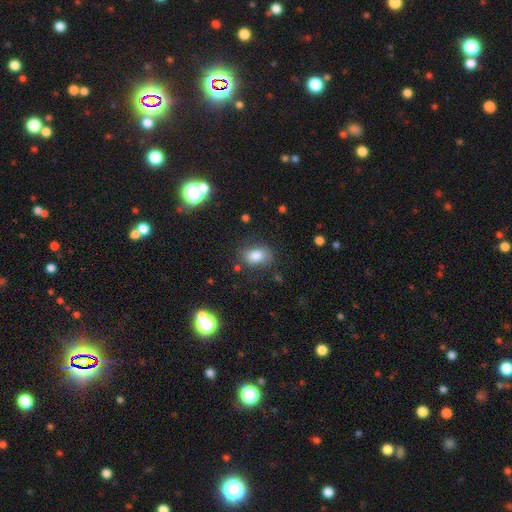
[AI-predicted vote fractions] smooth_or_featured: smooth (p=0.83) [alt: star or artifact p=0.11]
how_rounded: in between (p=0.77) [alt: round p=0.22]
merging: none (p=0.77) [alt: minor disturbance p=0.16]